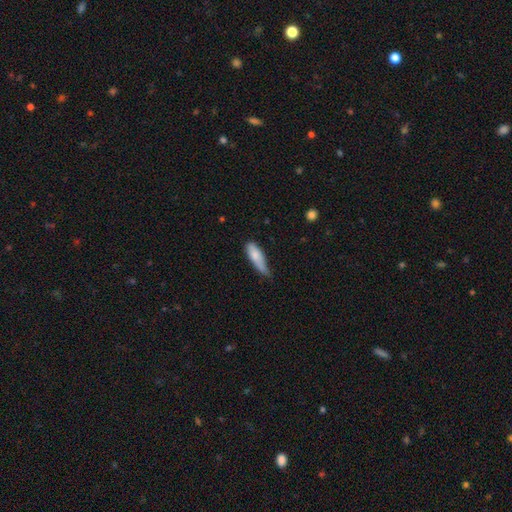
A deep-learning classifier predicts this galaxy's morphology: Smooth or featured? smooth (78%)
How rounded? in between (54%)
Merging? minor disturbance (50%)